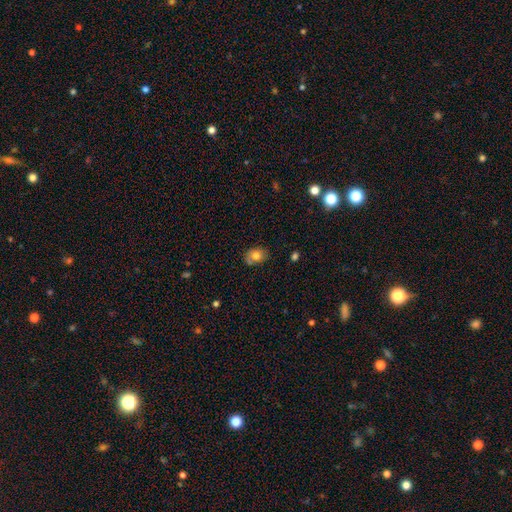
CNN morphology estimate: type=smooth (75%); roundness=in between (68%); merging=none (66%).